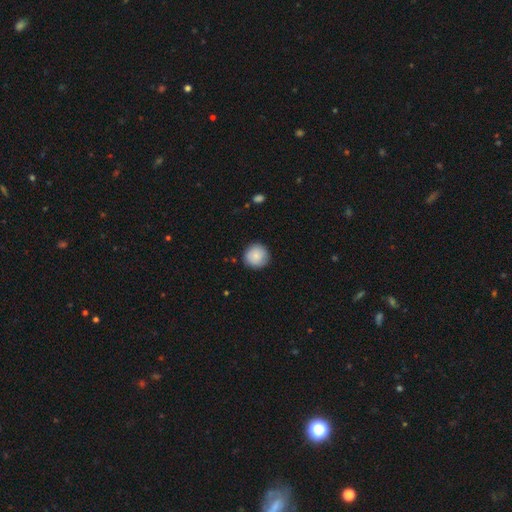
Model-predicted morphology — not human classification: The model was most divided on "merging": none: 88%, minor disturbance: 9%, major disturbance: 2%, merger: 1%. More confident: how rounded — round (95%); smooth or featured — smooth (86%).